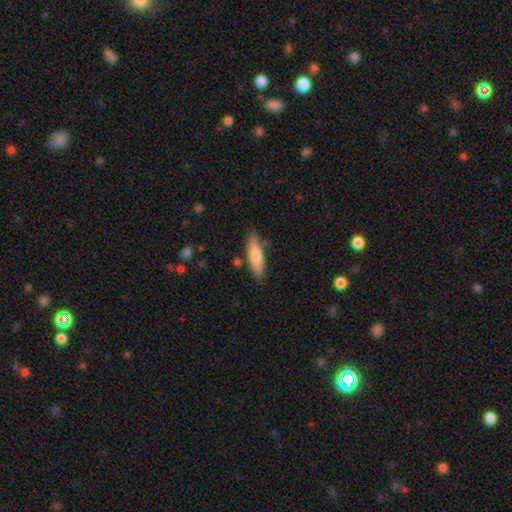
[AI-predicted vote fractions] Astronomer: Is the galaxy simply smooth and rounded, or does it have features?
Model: smooth — 70%.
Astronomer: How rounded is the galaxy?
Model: cigar-shaped — 75%.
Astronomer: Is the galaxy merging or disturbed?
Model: none — 83%.